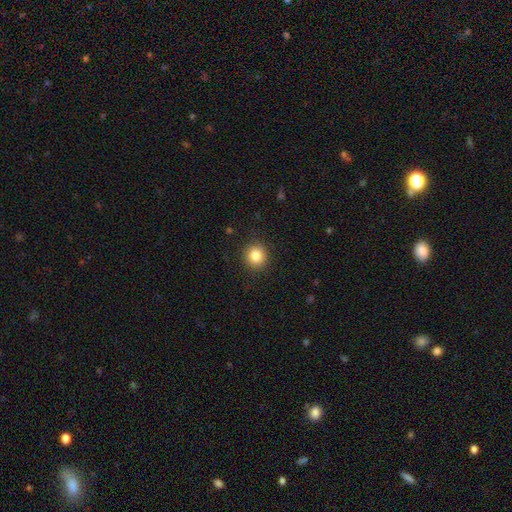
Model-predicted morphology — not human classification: smooth-or-featured: smooth: 85% | star or artifact: 10% | featured or disk: 5%
  how-rounded: round: 89% | in between: 10% | cigar-shaped: 1%
  merging: none: 90% | minor disturbance: 7% | major disturbance: 2% | merger: 1%